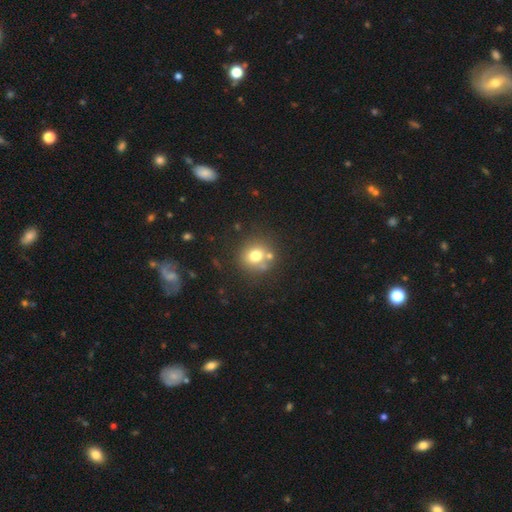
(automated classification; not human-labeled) A smooth galaxy with no disk features (72%) that is round (87%).

Vote fractions:
- Smooth or featured? smooth: 72% / featured or disk: 14% / star or artifact: 14%
- How rounded? round: 87% / in between: 12% / cigar-shaped: 1%
- Merging? none: 71% / merger: 14% / minor disturbance: 11% / major disturbance: 4%